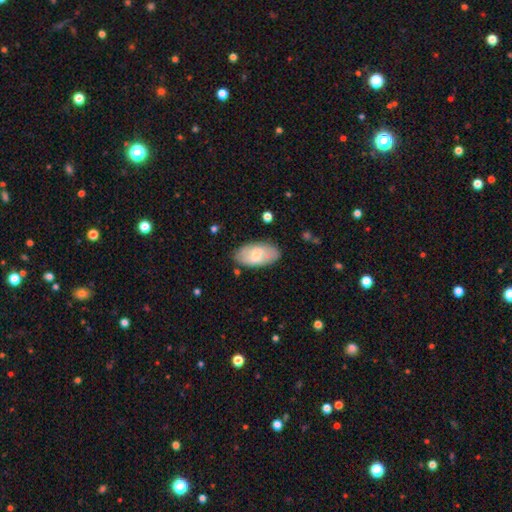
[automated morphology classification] smooth_or_featured: smooth (p=0.58) [alt: featured or disk p=0.35]
how_rounded: in between (p=0.93) [alt: cigar-shaped p=0.04]
merging: none (p=0.80) [alt: minor disturbance p=0.14]